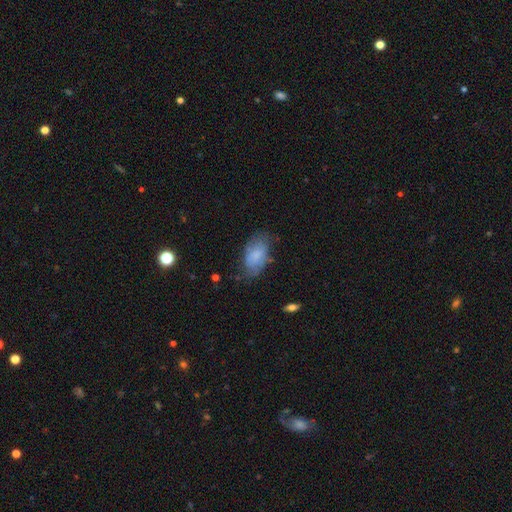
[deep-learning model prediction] This appears to be a smooth galaxy with no disk features (69%) that is in between round and cigar-shaped (93%). Merging: none (58%).